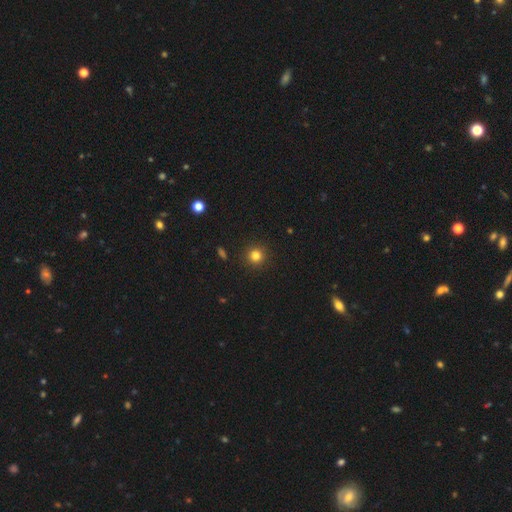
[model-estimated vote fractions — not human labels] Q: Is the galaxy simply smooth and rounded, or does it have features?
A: smooth — 82%.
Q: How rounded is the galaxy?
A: round — 94%.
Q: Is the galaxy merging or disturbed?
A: none — 92%.